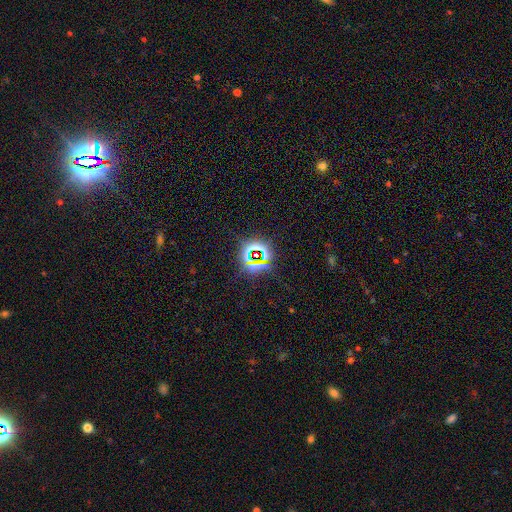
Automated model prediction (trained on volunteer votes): This is likely a star or artifact rather than a galaxy (78%).